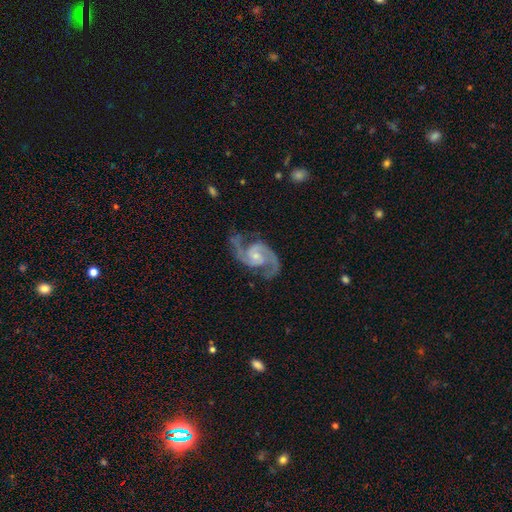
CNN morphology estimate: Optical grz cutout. It shows a featured or disk galaxy (94%) with no bar (53%), 2 (93%) medium (63%) spiral arms (99%) and a small central bulge (61%). Merging: none (72%).